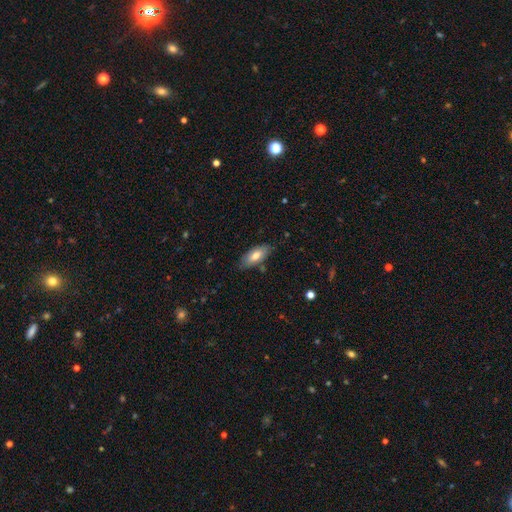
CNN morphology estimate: Smooth or featured? Predicted: smooth (p=0.73). How rounded? Predicted: in between (p=0.82). Merging? Predicted: none (p=0.80).